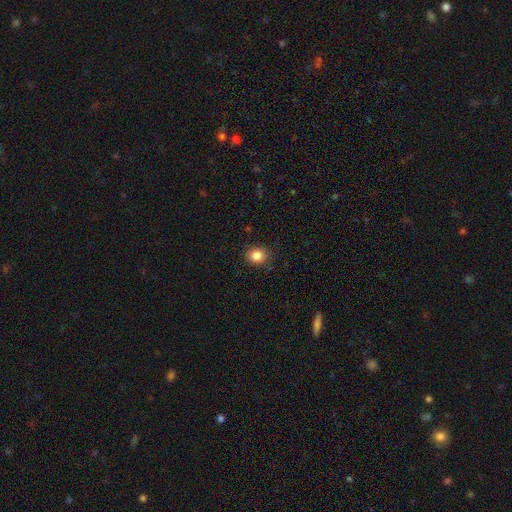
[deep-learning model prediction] smooth-or-featured: smooth: 85% | star or artifact: 11% | featured or disk: 5%
  how-rounded: round: 72% | in between: 27% | cigar-shaped: 1%
  merging: none: 89% | minor disturbance: 8% | major disturbance: 2% | merger: 1%